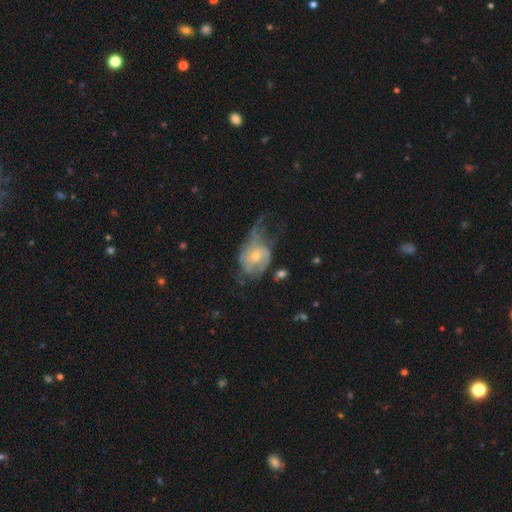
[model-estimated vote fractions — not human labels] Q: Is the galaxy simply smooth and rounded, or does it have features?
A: featured or disk — 64%.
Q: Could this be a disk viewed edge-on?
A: no — 96%.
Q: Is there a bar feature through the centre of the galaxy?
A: no — 72%.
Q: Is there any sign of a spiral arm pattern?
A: yes — 70%.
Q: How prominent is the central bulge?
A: small — 51%.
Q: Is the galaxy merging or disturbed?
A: major disturbance — 48%.